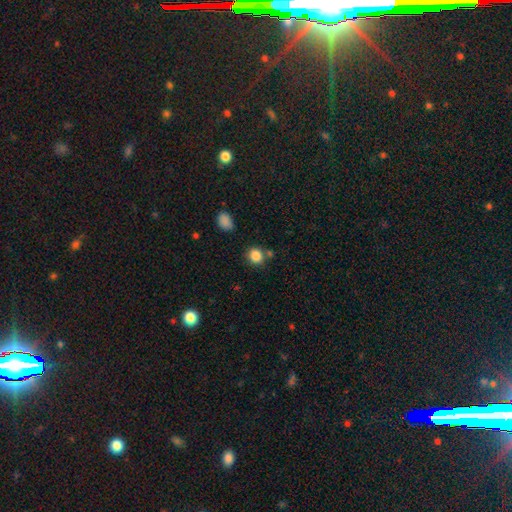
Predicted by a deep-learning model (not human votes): smooth-or-featured: smooth: 86% | star or artifact: 10% | featured or disk: 4%
  how-rounded: round: 81% | in between: 18% | cigar-shaped: 1%
  merging: none: 75% | minor disturbance: 12% | merger: 10% | major disturbance: 4%